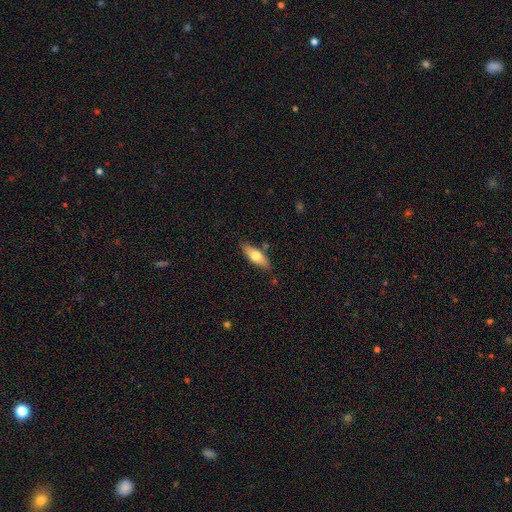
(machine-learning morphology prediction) type=smooth (59%); roundness=in between (59%); merging=none (81%).